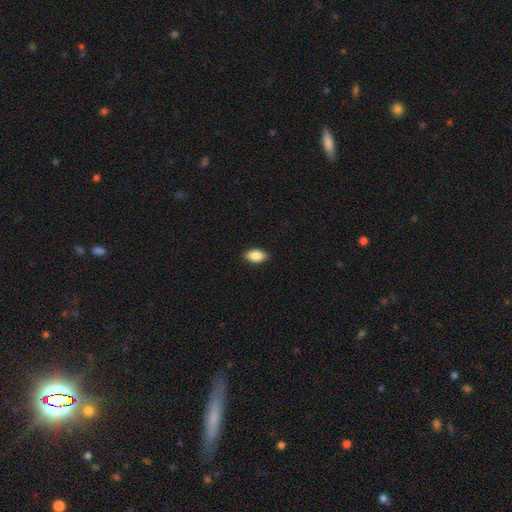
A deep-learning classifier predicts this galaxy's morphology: type=smooth (88%); roundness=in between (92%); merging=none (89%).